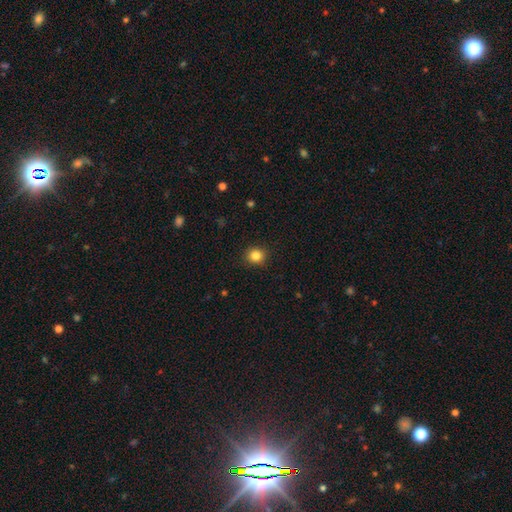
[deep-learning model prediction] The model was most divided on "smooth or featured": smooth: 84%, star or artifact: 11%, featured or disk: 5%. More confident: merging — none (91%); how rounded — round (88%).